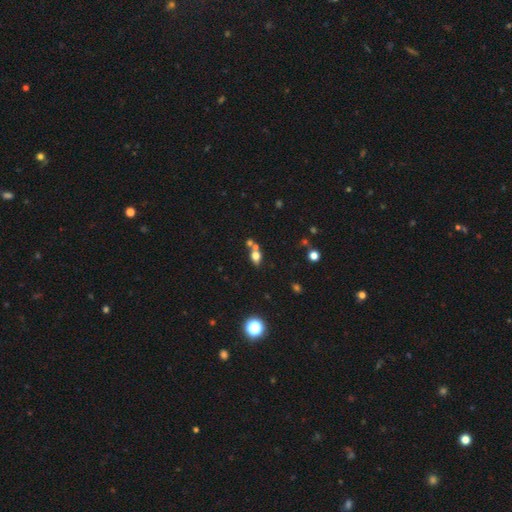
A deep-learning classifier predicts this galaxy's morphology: A smooth galaxy with no disk features (66%) that is in between round and cigar-shaped (64%). Merging: none (51%).